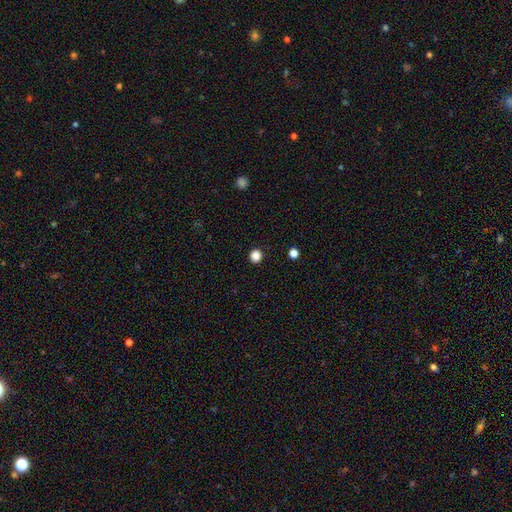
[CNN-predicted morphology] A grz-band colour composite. It shows a smooth galaxy with no disk features (85%) that is round (90%). Merging: none (92%).